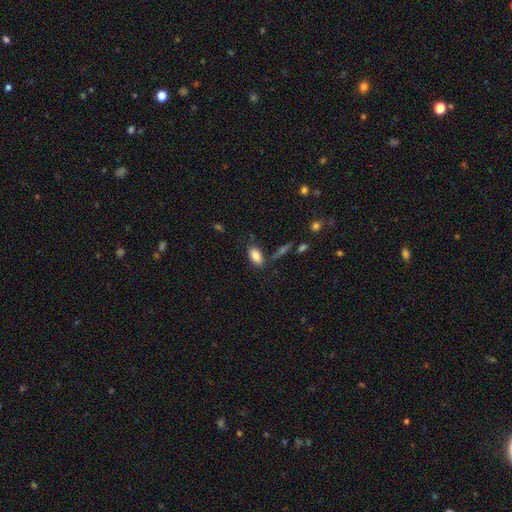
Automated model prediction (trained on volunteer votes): This is clearly a smooth galaxy (84%). How rounded: clearly in between (90%). Merging: likely none (75%).